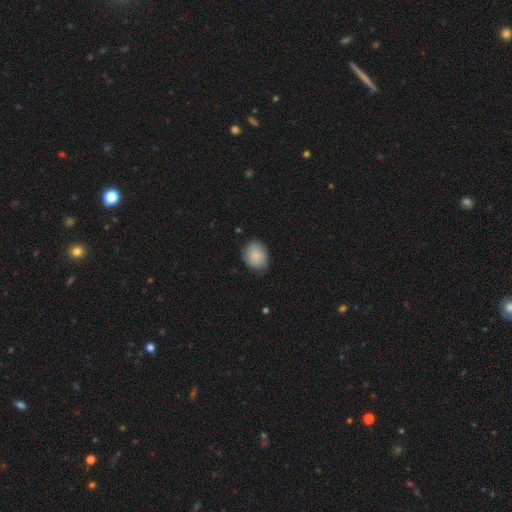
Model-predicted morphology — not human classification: smooth-or-featured: smooth: 84% | featured or disk: 10% | star or artifact: 7%
  how-rounded: round: 51% | in between: 48% | cigar-shaped: 1%
  merging: none: 77% | minor disturbance: 19% | major disturbance: 3% | merger: 1%